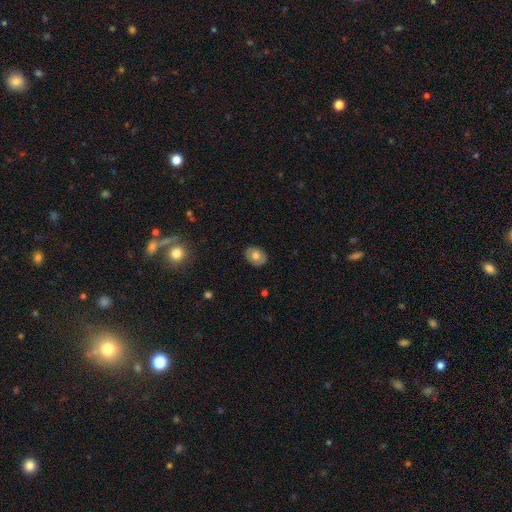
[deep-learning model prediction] Morphology: type=smooth (67%); roundness=in between (62%); merging=none (86%).